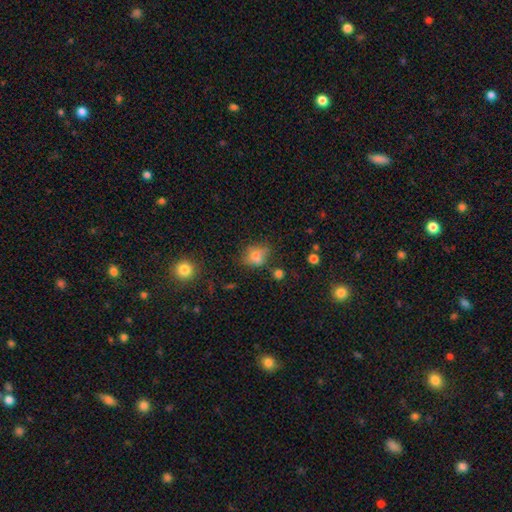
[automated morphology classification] The model was most divided on "how rounded": round: 51%, in between: 47%, cigar-shaped: 2%. More confident: smooth or featured — smooth (69%); merging — none (56%).